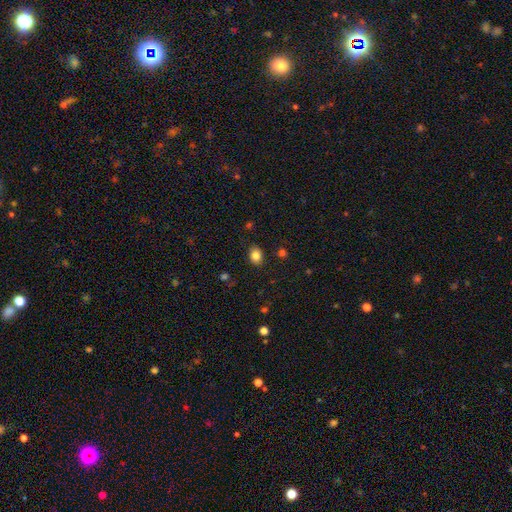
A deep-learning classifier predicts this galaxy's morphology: Q: Smooth or featured?
A: smooth (84%); runner-up: star or artifact (10%)
Q: How rounded?
A: in between (61%); runner-up: round (38%)
Q: Merging?
A: none (86%); runner-up: minor disturbance (10%)